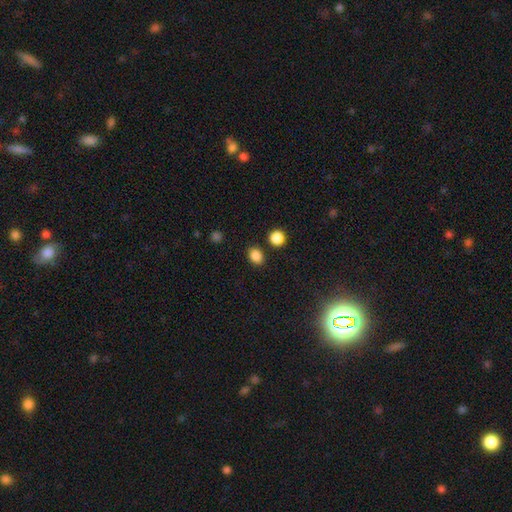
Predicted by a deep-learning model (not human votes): This appears to be a smooth galaxy with no disk features (85%) that is round (51%). Merging: none (84%).